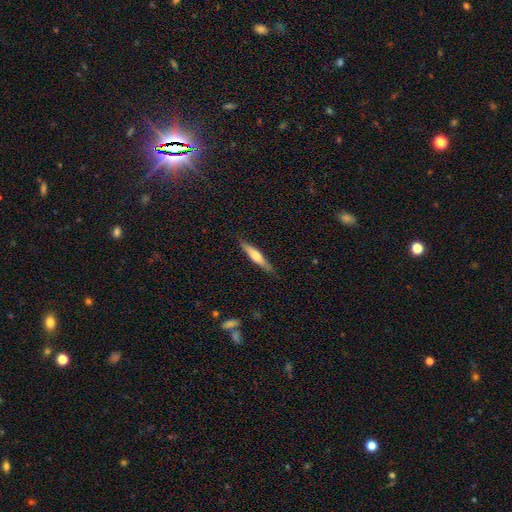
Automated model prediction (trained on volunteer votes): This is possibly a smooth galaxy (53%). How rounded: clearly cigar-shaped (87%). Merging: clearly none (82%).